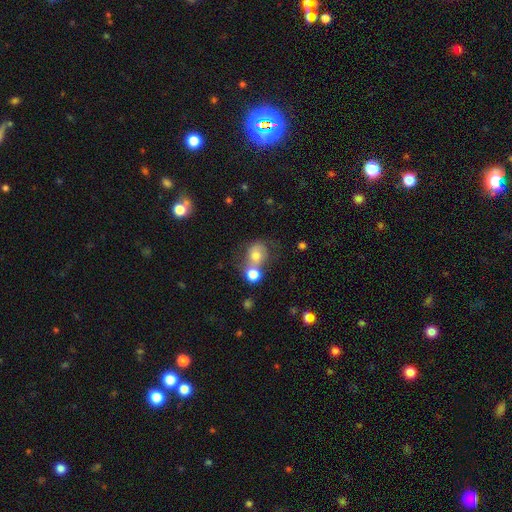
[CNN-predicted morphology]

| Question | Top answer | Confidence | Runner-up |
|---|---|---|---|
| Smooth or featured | smooth | 68% | featured or disk (20%) |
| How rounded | round | 62% | in between (37%) |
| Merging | merger | 46% | none (31%) |